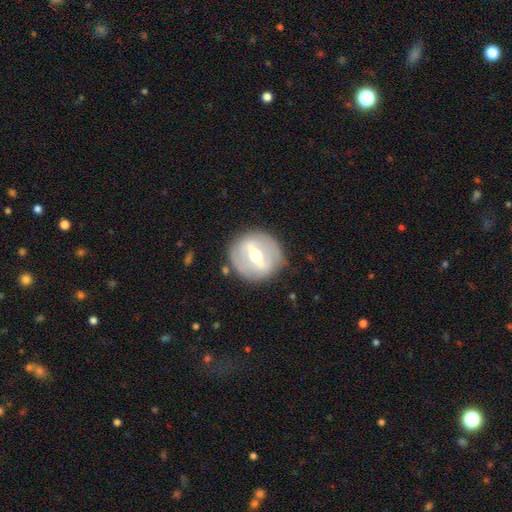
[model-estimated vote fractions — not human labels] This appears to be a featured or disk galaxy (73%) with a strong bar (66%), no spiral arms (72%) and a moderate central bulge (74%). Merging: none (82%).